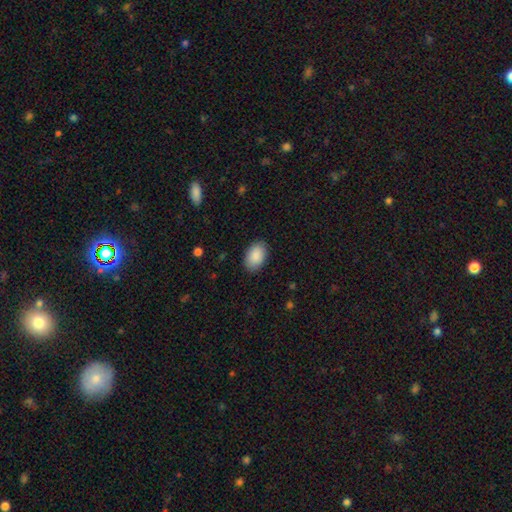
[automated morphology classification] smooth_or_featured: smooth (p=0.90) [alt: star or artifact p=0.06]
how_rounded: in between (p=0.91) [alt: round p=0.08]
merging: none (p=0.87) [alt: minor disturbance p=0.09]